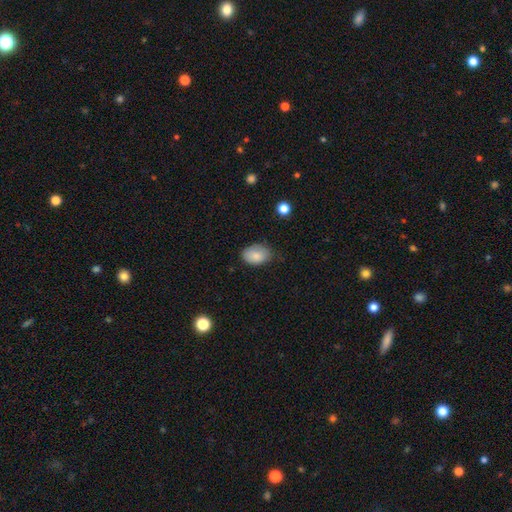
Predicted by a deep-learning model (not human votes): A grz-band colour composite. It shows a smooth galaxy with no disk features (85%) that is in between round and cigar-shaped (86%). Merging: none (68%).